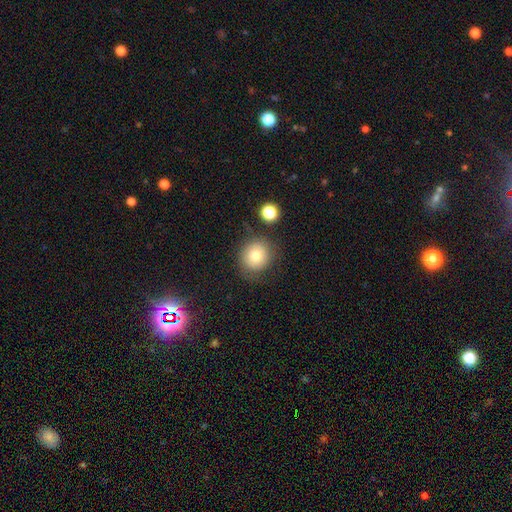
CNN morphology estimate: This is likely a smooth galaxy (77%). How rounded: clearly round (87%). Merging: likely none (77%).